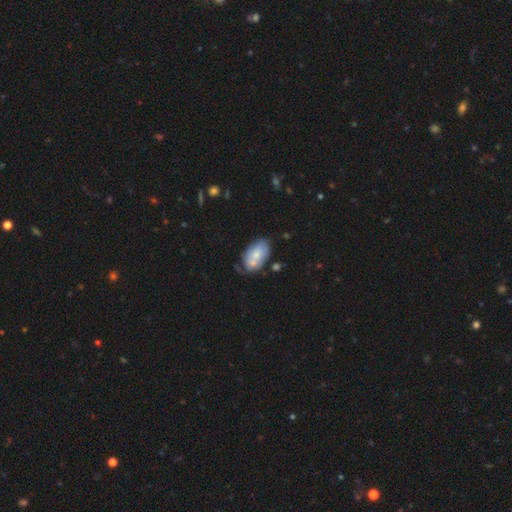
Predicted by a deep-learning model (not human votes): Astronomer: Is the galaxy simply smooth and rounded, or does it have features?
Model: smooth — 65%.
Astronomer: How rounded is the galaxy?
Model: in between — 93%.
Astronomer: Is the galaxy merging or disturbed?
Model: none — 47% (runner-up: minor disturbance, 26%).